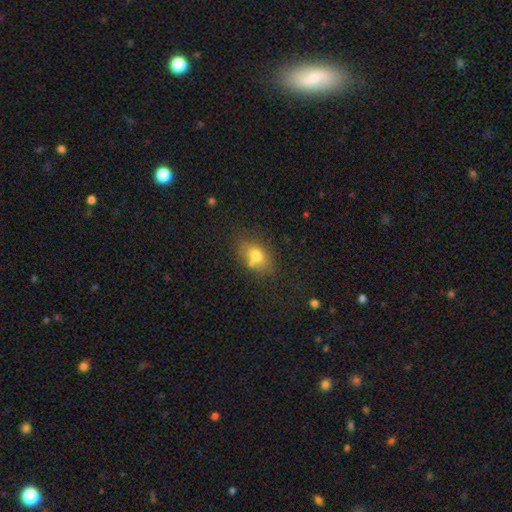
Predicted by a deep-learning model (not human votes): Q: Smooth or featured?
A: smooth (73%); runner-up: featured or disk (16%)
Q: How rounded?
A: in between (76%); runner-up: round (22%)
Q: Merging?
A: none (62%); runner-up: merger (17%)